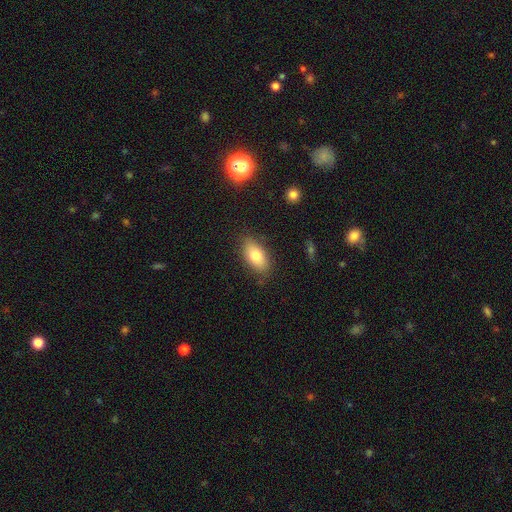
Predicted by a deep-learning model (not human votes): The model was most divided on "smooth or featured": smooth: 79%, featured or disk: 14%, star or artifact: 7%. More confident: how rounded — in between (90%); merging — none (81%).